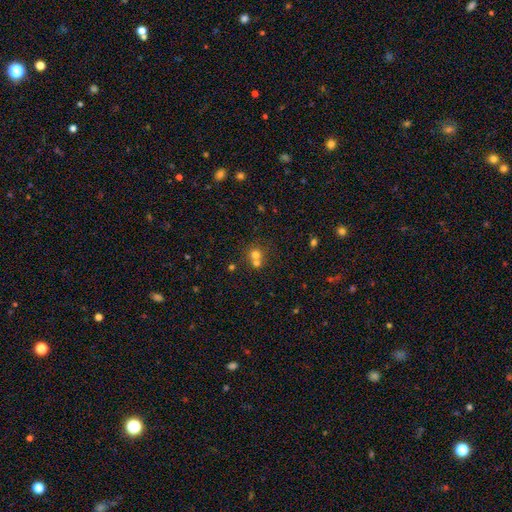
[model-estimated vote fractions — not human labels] A smooth galaxy with no disk features (68%) that is round (86%).

Vote fractions:
- Smooth or featured? smooth: 68% / star or artifact: 19% / featured or disk: 14%
- How rounded? round: 86% / in between: 13% / cigar-shaped: 1%
- Merging? merger: 47% / none: 45% / minor disturbance: 6% / major disturbance: 2%